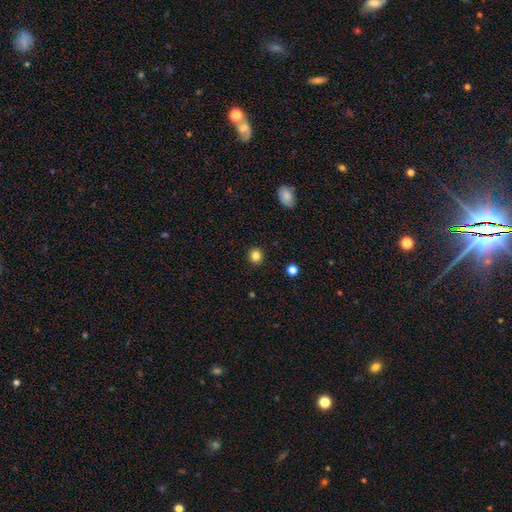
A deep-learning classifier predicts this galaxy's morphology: type=smooth (84%); roundness=round (87%); merging=none (92%).